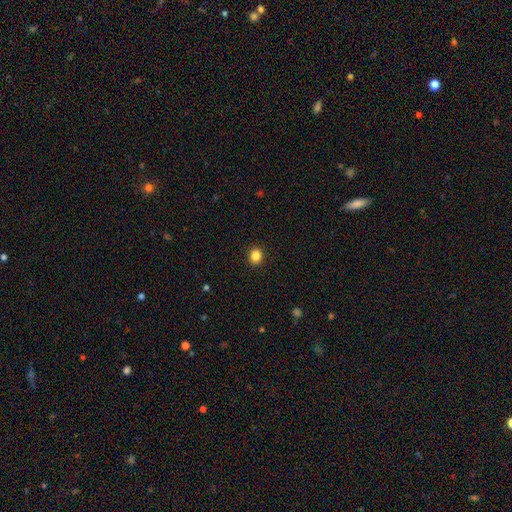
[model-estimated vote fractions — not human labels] Q: Smooth or featured?
A: smooth (85%); runner-up: star or artifact (11%)
Q: How rounded?
A: round (74%); runner-up: in between (25%)
Q: Merging?
A: none (92%); runner-up: minor disturbance (5%)